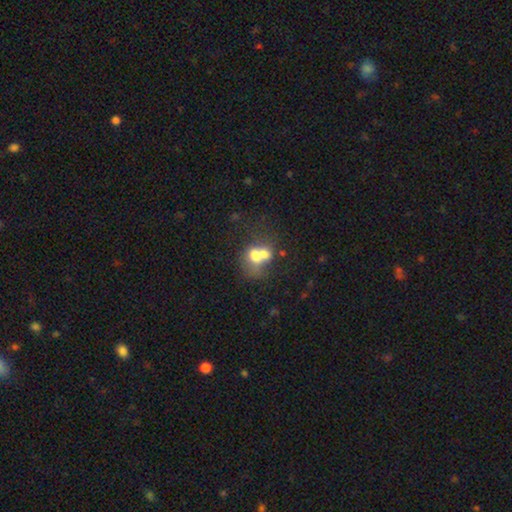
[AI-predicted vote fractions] smooth-or-featured: smooth: 61% | featured or disk: 28% | star or artifact: 11%
  how-rounded: round: 50% | in between: 49% | cigar-shaped: 1%
  merging: merger: 67% | none: 19% | minor disturbance: 7% | major disturbance: 7%